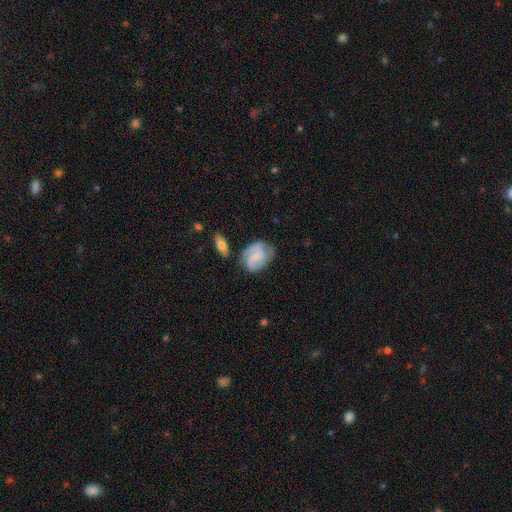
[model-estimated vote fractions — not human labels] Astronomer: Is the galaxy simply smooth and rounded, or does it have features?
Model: featured or disk — 60%.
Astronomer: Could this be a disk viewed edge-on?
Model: no — 97%.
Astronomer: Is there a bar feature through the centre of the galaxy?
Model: no — 56% (runner-up: weak, 37%).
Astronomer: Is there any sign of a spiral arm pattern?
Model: yes — 89%.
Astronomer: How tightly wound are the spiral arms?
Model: medium — 46% (runner-up: tight, 34%).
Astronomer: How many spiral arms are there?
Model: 2 — 54%.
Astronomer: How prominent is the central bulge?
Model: small — 47% (runner-up: none, 28%).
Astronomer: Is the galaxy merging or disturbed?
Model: none — 61%.